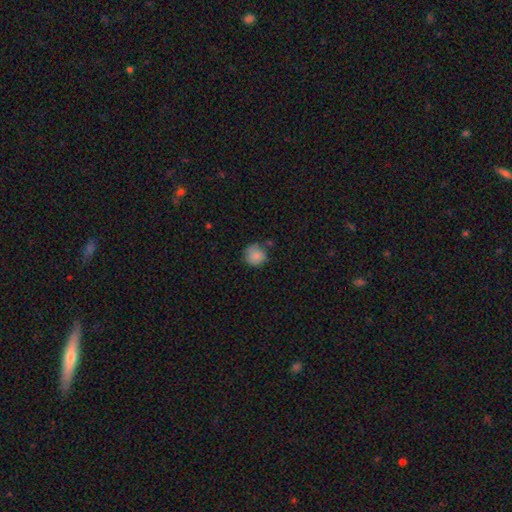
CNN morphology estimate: Smooth or featured?
  - smooth: 85% *
  - star or artifact: 9%
  - featured or disk: 7%
How rounded?
  - round: 90% *
  - in between: 9%
  - cigar-shaped: 1%
Merging?
  - none: 71% *
  - minor disturbance: 20%
  - merger: 5%
  - major disturbance: 4%